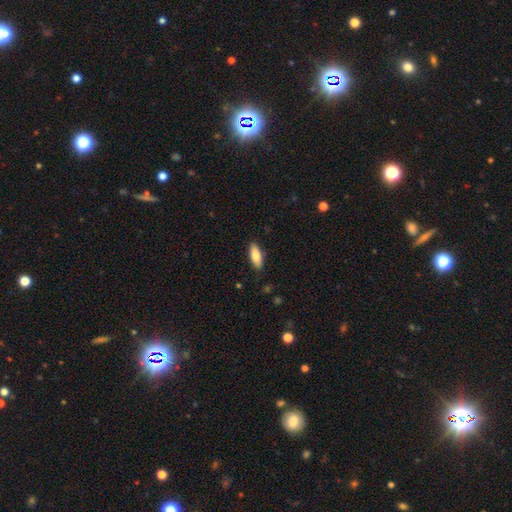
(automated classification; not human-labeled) This is likely a smooth galaxy (79%). How rounded: likely in between (73%). Merging: clearly none (87%).